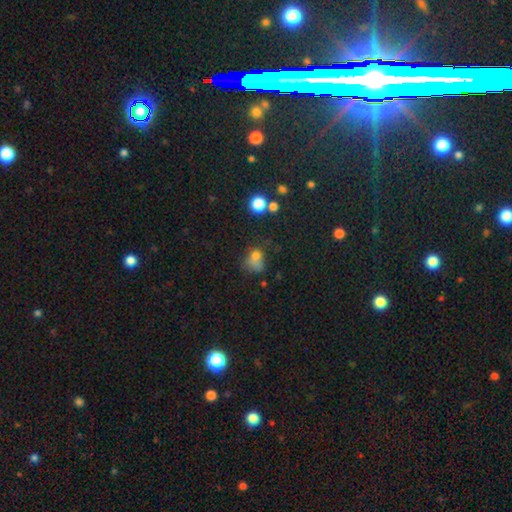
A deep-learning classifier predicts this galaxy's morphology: smooth_or_featured: smooth (p=0.66) [alt: star or artifact p=0.19]
how_rounded: round (p=0.51) [alt: in between p=0.47]
merging: major disturbance (p=0.31) [alt: none p=0.30]